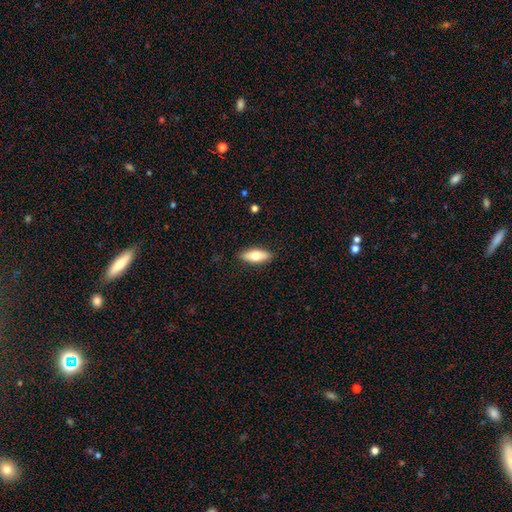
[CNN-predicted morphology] Overall: smooth (69%). How rounded: in between (72%). Merging: none (89%).